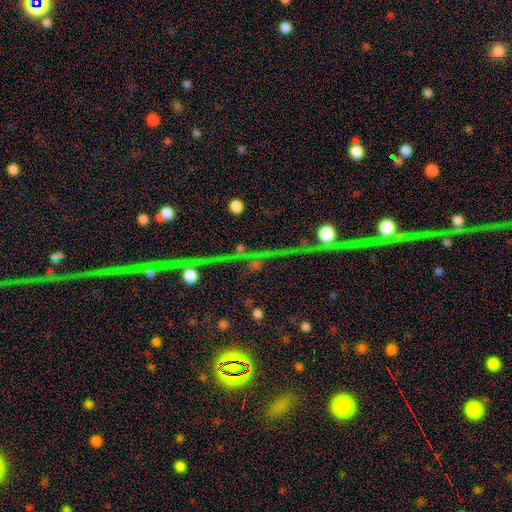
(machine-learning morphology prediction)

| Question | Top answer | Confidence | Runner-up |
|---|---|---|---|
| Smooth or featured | star or artifact | 72% | featured or disk (16%) |